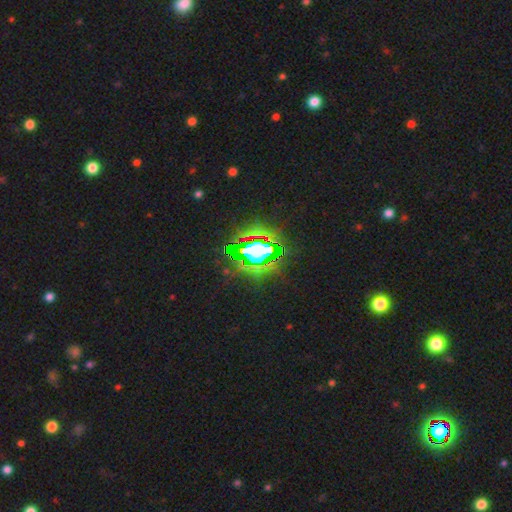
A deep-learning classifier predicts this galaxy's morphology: smooth-or-featured: star or artifact: 75% | smooth: 13% | featured or disk: 12%